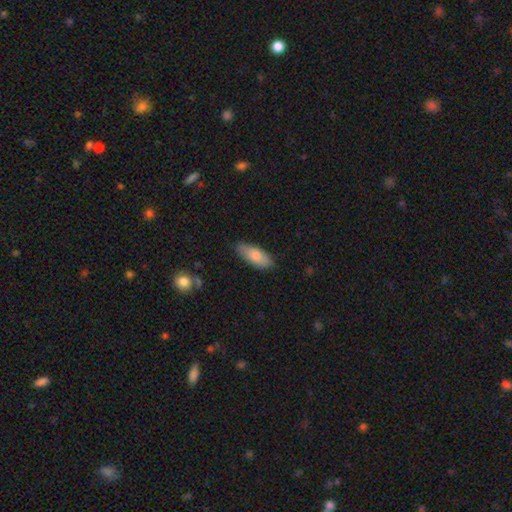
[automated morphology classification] smooth_or_featured: smooth (p=0.79) [alt: featured or disk p=0.15]
how_rounded: in between (p=0.79) [alt: cigar-shaped p=0.19]
merging: none (p=0.80) [alt: minor disturbance p=0.16]